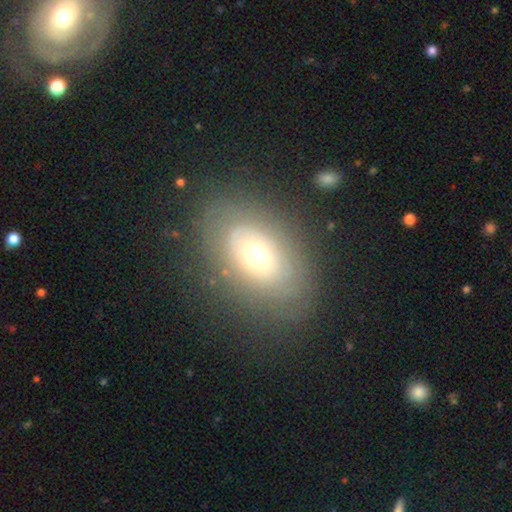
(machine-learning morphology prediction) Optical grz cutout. It shows a smooth galaxy with no disk features (46%). Merging: none (78%).